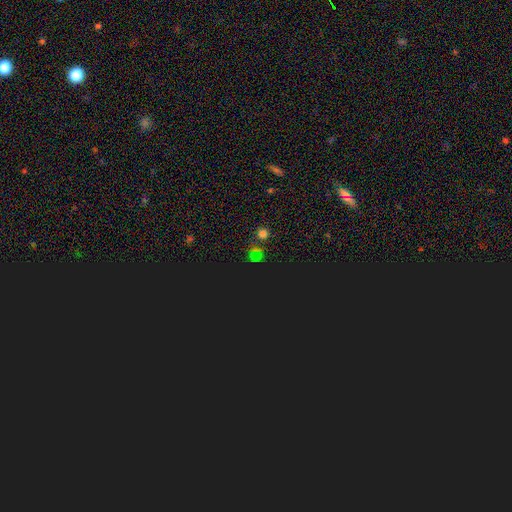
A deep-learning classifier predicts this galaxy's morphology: Q: Smooth or featured?
A: star or artifact (69%); runner-up: smooth (24%)